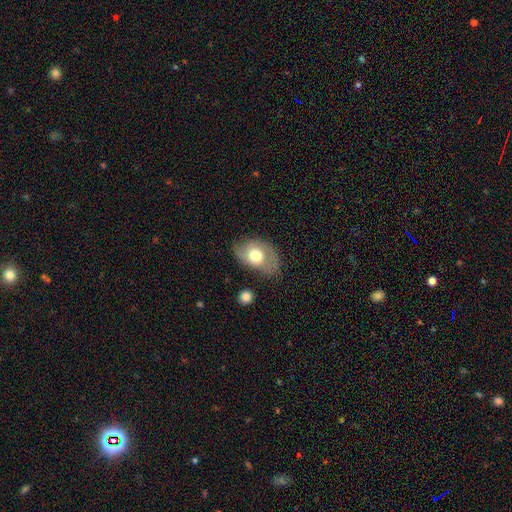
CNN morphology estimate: This is likely a smooth galaxy (61%). How rounded: clearly in between (82%). Merging: possibly none (56%).